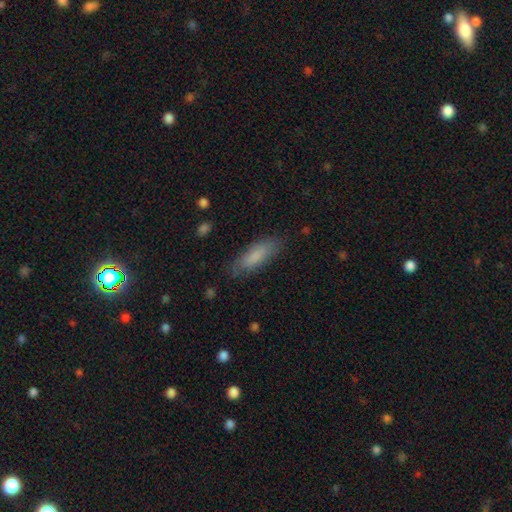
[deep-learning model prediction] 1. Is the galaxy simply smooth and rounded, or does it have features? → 81% smooth, 12% featured or disk, 7% star or artifact.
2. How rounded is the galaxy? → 52% in between, 46% cigar-shaped, 2% round.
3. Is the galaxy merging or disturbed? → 81% none, 14% minor disturbance, 4% major disturbance, 1% merger.